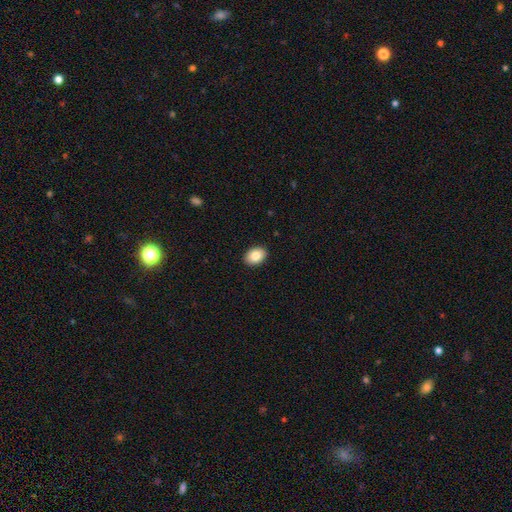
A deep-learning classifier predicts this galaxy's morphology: A smooth galaxy with no disk features (84%) that is in between round and cigar-shaped (76%). Merging: none (91%).